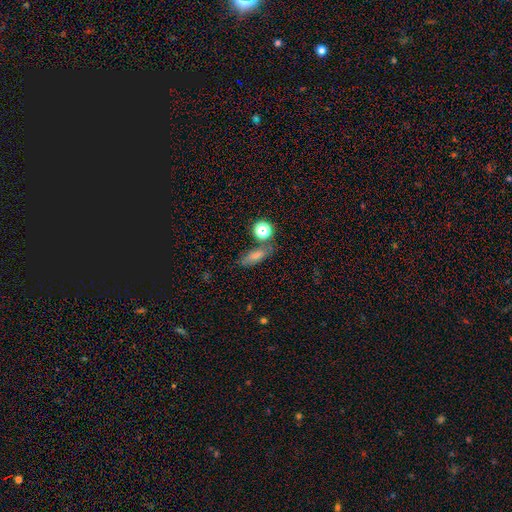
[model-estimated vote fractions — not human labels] smooth_or_featured: smooth (p=0.73) [alt: star or artifact p=0.14]
how_rounded: in between (p=0.62) [alt: cigar-shaped p=0.25]
merging: none (p=0.66) [alt: minor disturbance p=0.16]